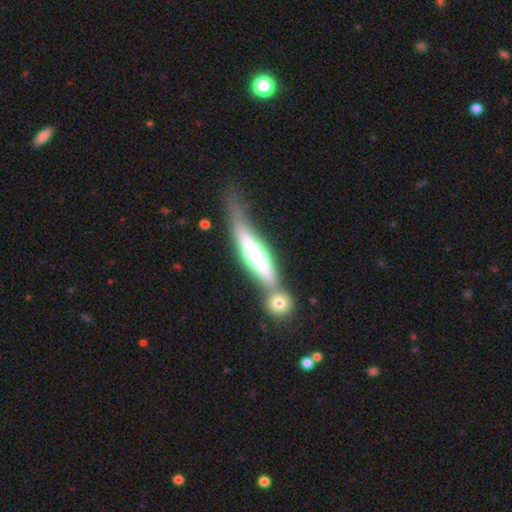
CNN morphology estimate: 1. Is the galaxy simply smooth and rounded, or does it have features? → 60% featured or disk, 33% smooth, 6% star or artifact.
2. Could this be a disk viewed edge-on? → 89% yes, 11% no.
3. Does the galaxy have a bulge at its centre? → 77% rounded, 16% boxy, 7% none.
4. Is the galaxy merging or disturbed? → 51% none, 29% merger, 14% minor disturbance, 6% major disturbance.